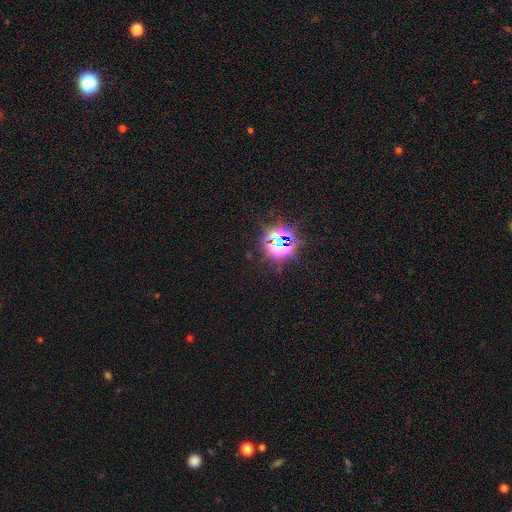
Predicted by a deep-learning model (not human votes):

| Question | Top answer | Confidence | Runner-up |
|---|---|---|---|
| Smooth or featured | star or artifact | 81% | smooth (12%) |